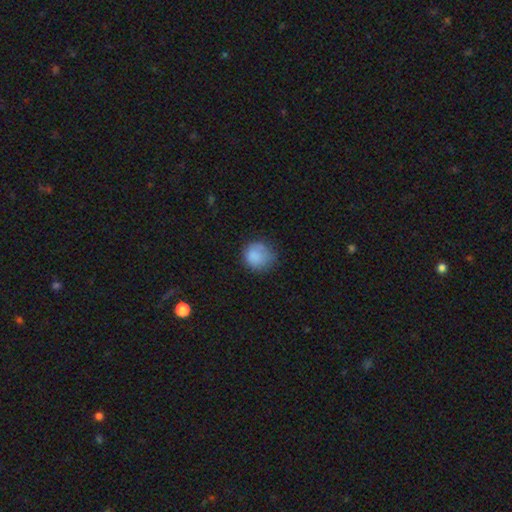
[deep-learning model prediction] A smooth galaxy with no disk features (83%) that is round (84%).

Vote fractions:
- Smooth or featured? smooth: 83% / star or artifact: 8% / featured or disk: 8%
- How rounded? round: 84% / in between: 15% / cigar-shaped: 1%
- Merging? none: 61% / minor disturbance: 27% / major disturbance: 11% / merger: 2%